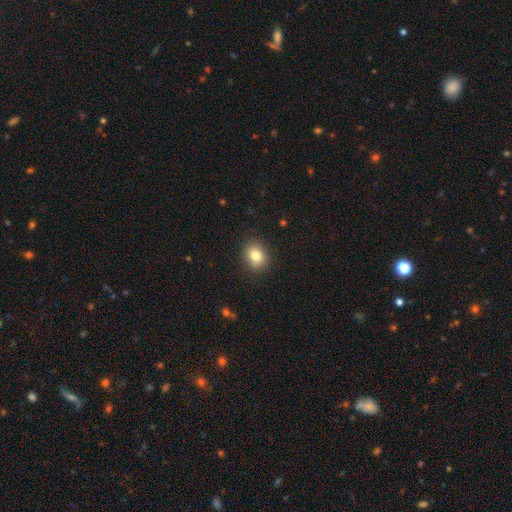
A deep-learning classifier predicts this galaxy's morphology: This appears to be a smooth galaxy with no disk features (83%) that is in between round and cigar-shaped (50%). Merging: none (88%).